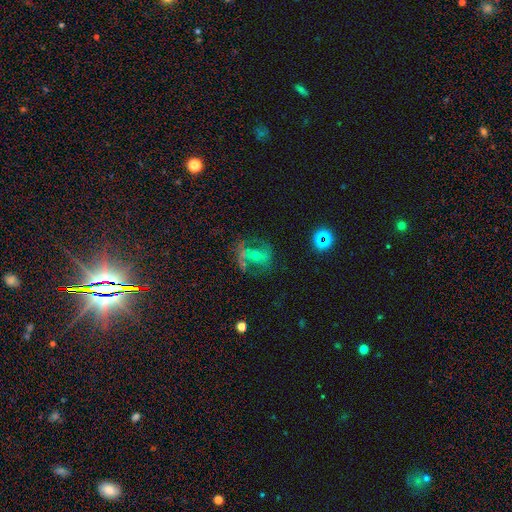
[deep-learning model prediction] Smooth or featured?
  - featured or disk: 56% *
  - smooth: 27%
  - star or artifact: 17%
Edge-on disk?
  - no: 97% *
  - yes: 3%
Bar?
  - no: 59% *
  - weak: 29%
  - strong: 12%
Spiral arms?
  - yes: 61% *
  - no: 39%
Bulge size?
  - moderate: 51% *
  - small: 40%
  - large: 4%
  - none: 3%
  - dominant: 1%
Merging?
  - none: 45% *
  - major disturbance: 21%
  - minor disturbance: 20%
  - merger: 14%